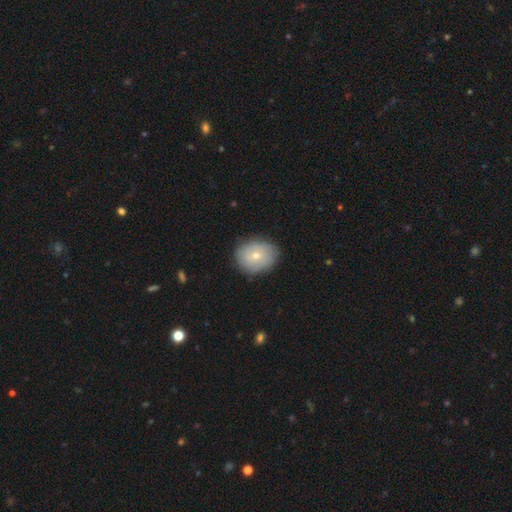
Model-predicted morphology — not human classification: type=smooth (66%); roundness=round (58%); merging=none (82%).